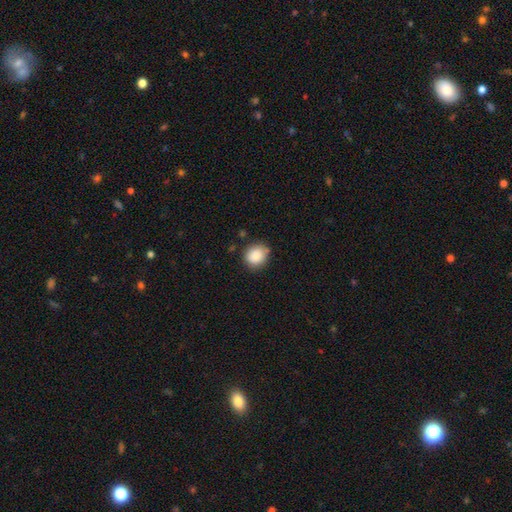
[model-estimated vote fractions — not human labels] Smooth or featured: smooth — 87% (star or artifact — 8%)
How rounded: round — 81% (in between — 18%)
Merging: none — 80% (minor disturbance — 14%)